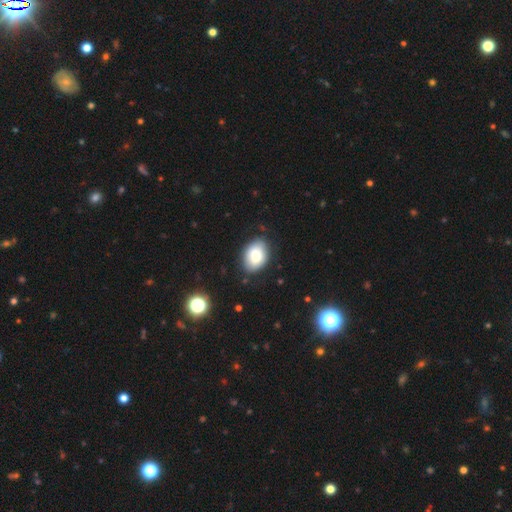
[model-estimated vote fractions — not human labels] Smooth or featured: smooth — 83% (featured or disk — 9%)
How rounded: in between — 83% (round — 16%)
Merging: none — 81% (minor disturbance — 15%)